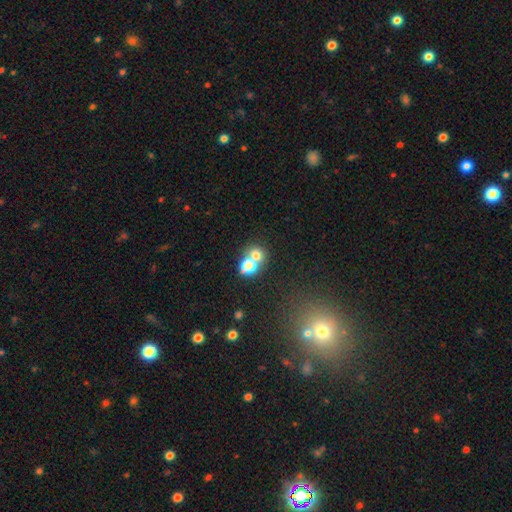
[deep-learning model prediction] Smooth or featured? smooth (67%)
How rounded? round (76%)
Merging? merger (51%)